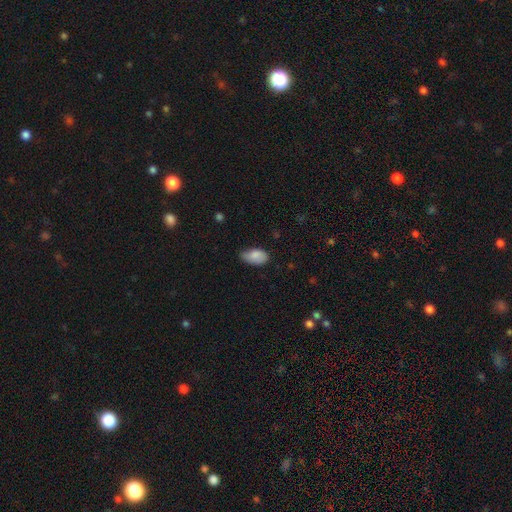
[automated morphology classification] Smooth or featured? Predicted: smooth (p=0.85). How rounded? Predicted: in between (p=0.94). Merging? Predicted: none (p=0.55).